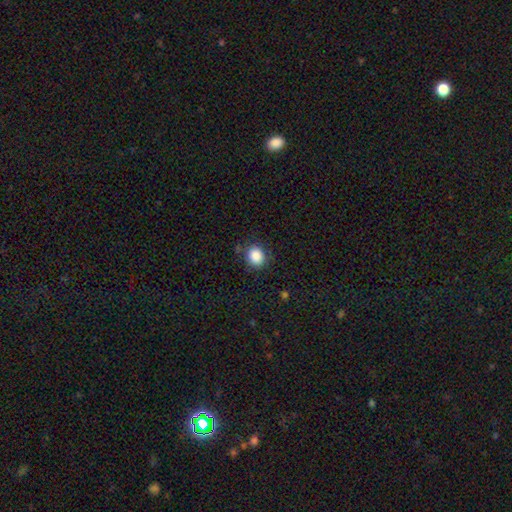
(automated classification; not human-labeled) Smooth or featured? smooth (86%)
How rounded? round (71%)
Merging? none (82%)